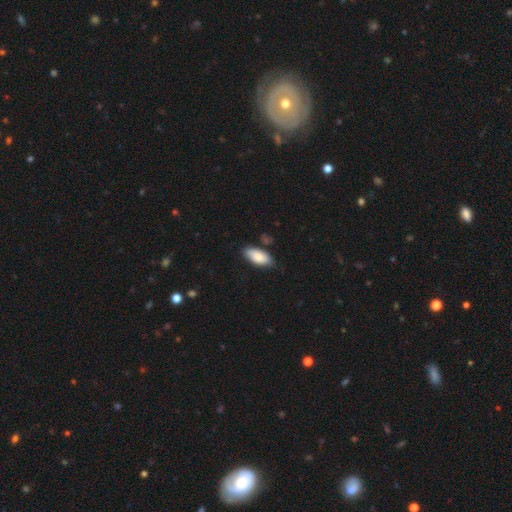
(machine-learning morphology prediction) Overall: smooth (85%). How rounded: in between (89%). Merging: none (77%).